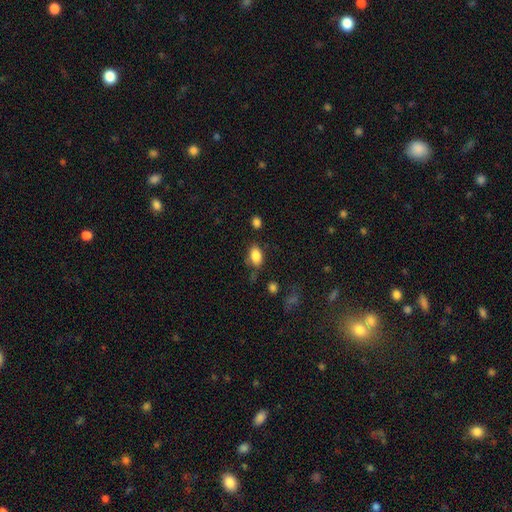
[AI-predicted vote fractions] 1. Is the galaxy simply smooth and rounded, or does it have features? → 85% smooth, 9% star or artifact, 6% featured or disk.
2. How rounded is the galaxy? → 86% in between, 12% round, 2% cigar-shaped.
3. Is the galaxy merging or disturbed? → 70% none, 20% minor disturbance, 6% major disturbance, 4% merger.